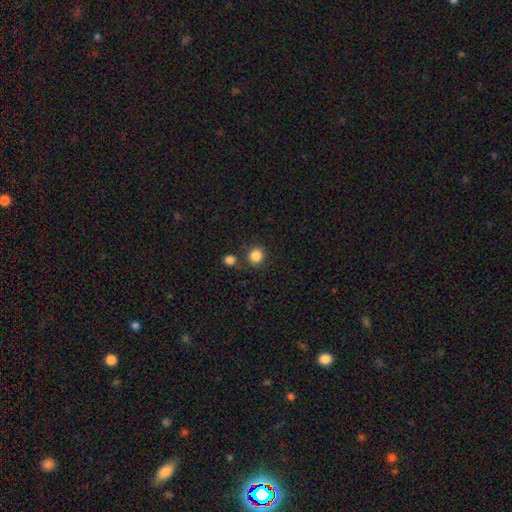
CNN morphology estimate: smooth_or_featured: smooth (p=0.86) [alt: star or artifact p=0.10]
how_rounded: round (p=0.89) [alt: in between p=0.10]
merging: none (p=0.79) [alt: merger p=0.10]